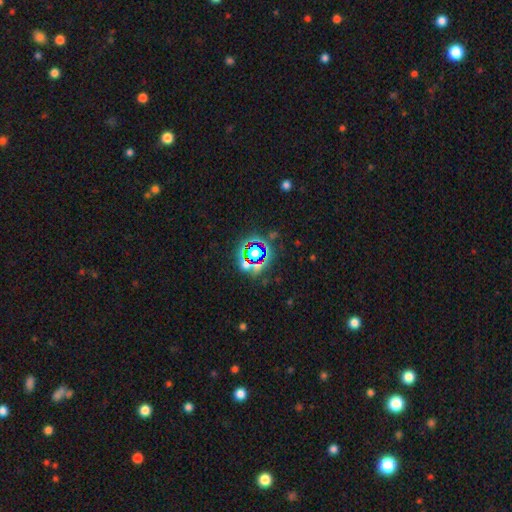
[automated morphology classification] smooth_or_featured: star or artifact (p=0.66) [alt: smooth p=0.22]